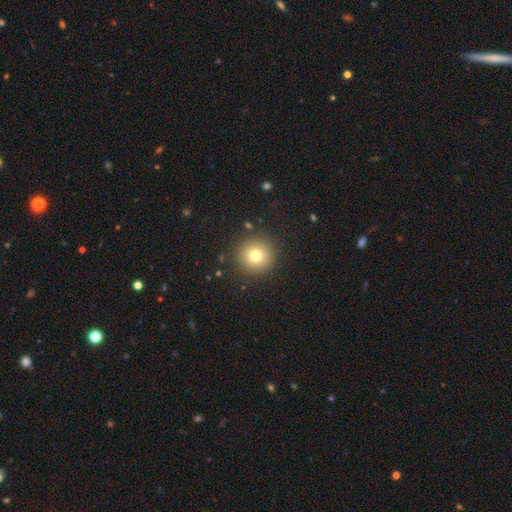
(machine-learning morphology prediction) type=smooth (75%); roundness=round (95%); merging=none (90%).